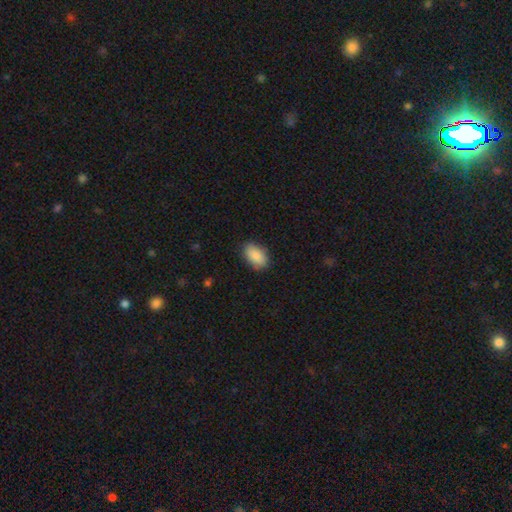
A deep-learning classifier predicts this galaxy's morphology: Smooth or featured? smooth (89%)
How rounded? in between (92%)
Merging? none (82%)